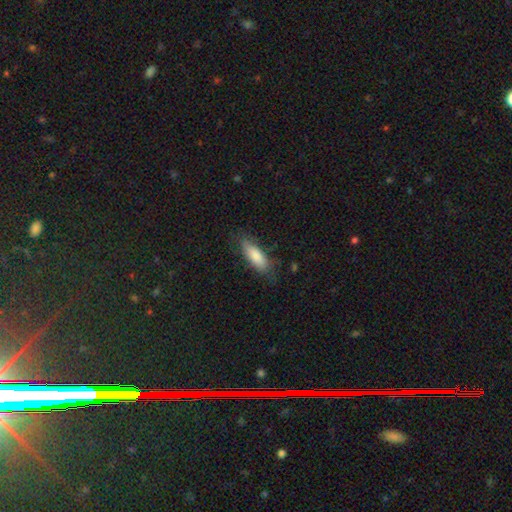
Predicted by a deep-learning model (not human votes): The model was most divided on "how rounded": in between: 60%, cigar-shaped: 38%, round: 2%. More confident: smooth or featured — smooth (78%); merging — none (75%).